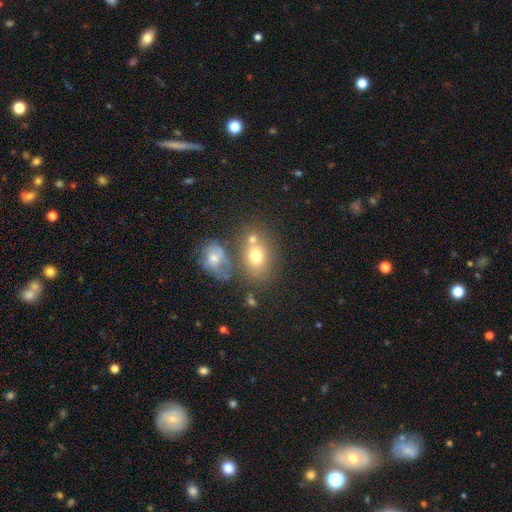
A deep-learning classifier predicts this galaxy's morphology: A smooth galaxy with no disk features (69%) that is in between round and cigar-shaped (64%). Merging: none (46%).